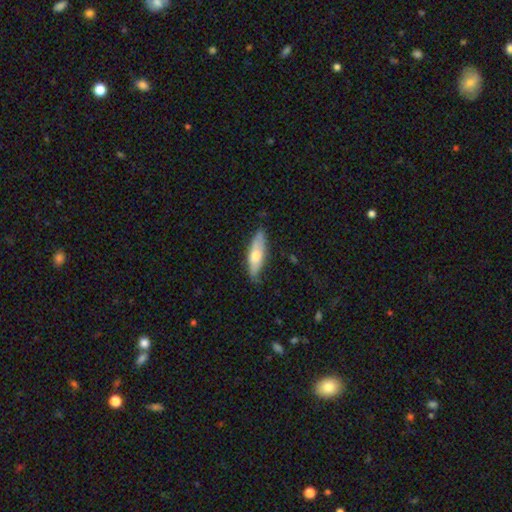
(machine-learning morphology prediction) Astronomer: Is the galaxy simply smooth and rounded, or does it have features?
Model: smooth — 57% (runner-up: featured or disk, 38%).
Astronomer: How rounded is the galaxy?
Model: cigar-shaped — 51% (runner-up: in between, 47%).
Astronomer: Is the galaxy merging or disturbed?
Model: none — 74%.